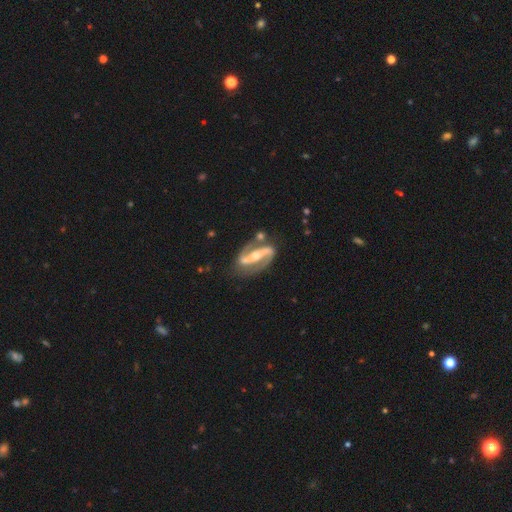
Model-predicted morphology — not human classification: Q: Smooth or featured?
A: featured or disk (92%); runner-up: smooth (4%)
Q: Edge-on disk?
A: no (94%); runner-up: yes (6%)
Q: Bar?
A: strong (74%); runner-up: weak (15%)
Q: Spiral arms?
A: yes (96%); runner-up: no (4%)
Q: Spiral winding?
A: medium (50%); runner-up: loose (30%)
Q: Spiral arm count?
A: 2 (94%); runner-up: can't tell (2%)
Q: Bulge size?
A: moderate (59%); runner-up: small (36%)
Q: Merging?
A: none (77%); runner-up: minor disturbance (13%)